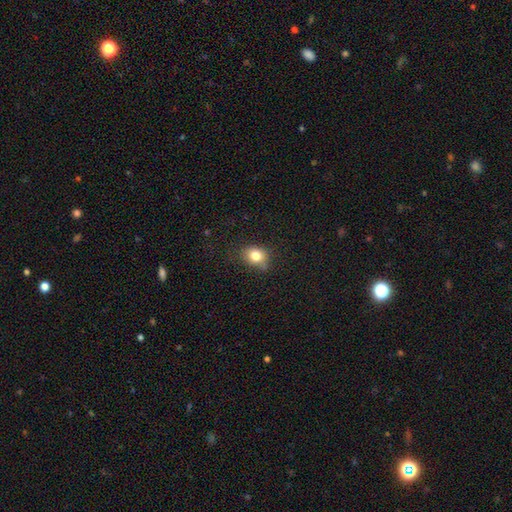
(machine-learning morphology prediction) Smooth or featured?
  - smooth: 80% *
  - star or artifact: 11%
  - featured or disk: 9%
How rounded?
  - round: 55% *
  - in between: 44%
  - cigar-shaped: 1%
Merging?
  - none: 70% *
  - minor disturbance: 22%
  - major disturbance: 5%
  - merger: 2%